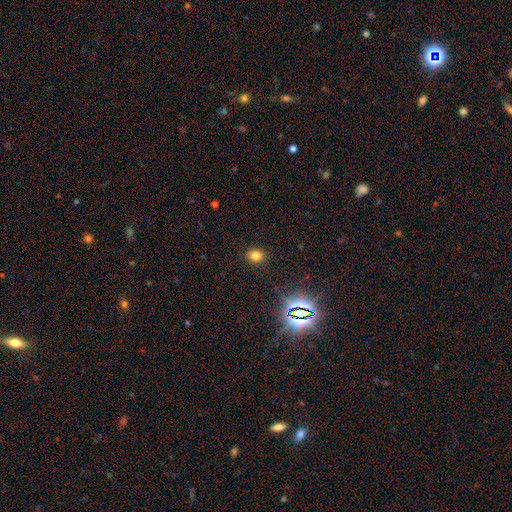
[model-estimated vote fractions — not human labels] Morphology: type=smooth (75%); roundness=round (66%); merging=none (89%).